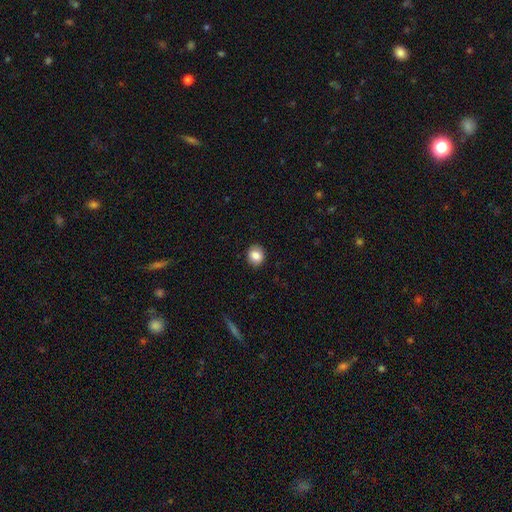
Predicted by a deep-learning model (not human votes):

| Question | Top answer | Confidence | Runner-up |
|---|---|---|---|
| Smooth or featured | smooth | 85% | star or artifact (9%) |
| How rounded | round | 75% | in between (24%) |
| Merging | none | 90% | minor disturbance (7%) |